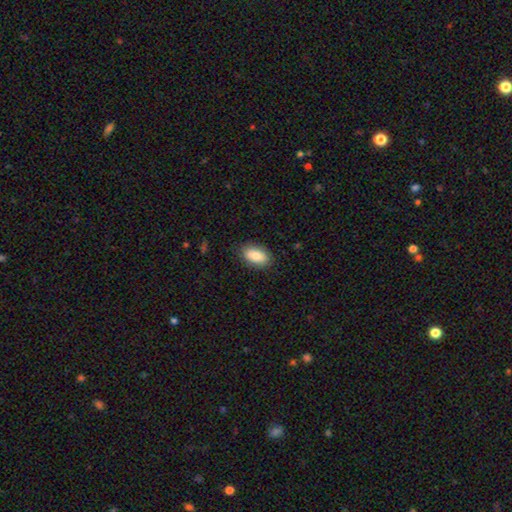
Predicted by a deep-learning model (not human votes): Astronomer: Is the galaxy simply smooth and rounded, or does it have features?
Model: smooth — 85%.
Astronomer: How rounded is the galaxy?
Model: in between — 92%.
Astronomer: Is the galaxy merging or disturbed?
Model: none — 86%.